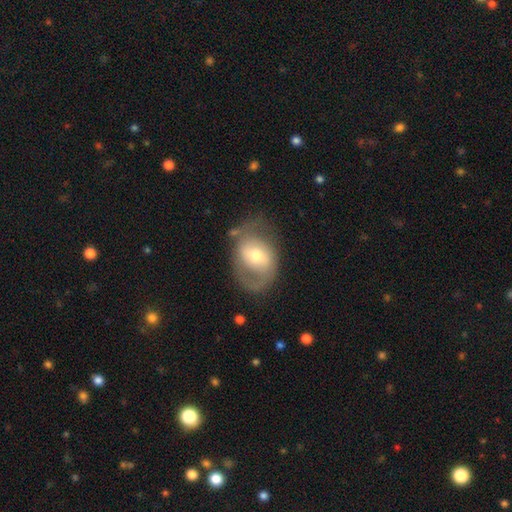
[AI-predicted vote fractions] The model was most divided on "bar": no: 45%, weak: 39%, strong: 16%. More confident: edge-on disk — no (95%); spiral arms — yes (63%); bulge size — moderate (61%); smooth or featured — featured or disk (58%); merging — none (58%).